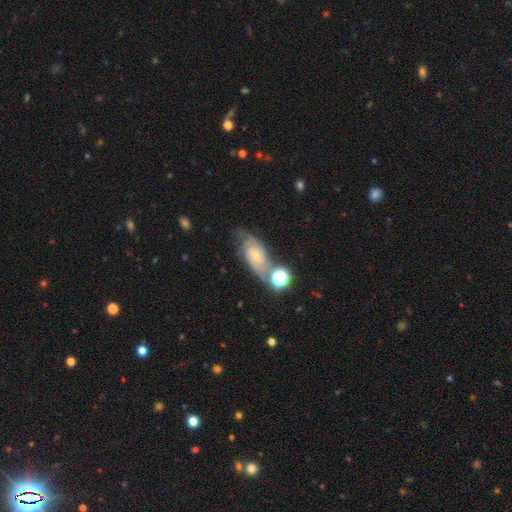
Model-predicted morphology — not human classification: smooth_or_featured: featured or disk (p=0.72) [alt: smooth p=0.18]
disk_edge_on: no (p=0.93) [alt: yes p=0.07]
bar: no (p=0.59) [alt: weak p=0.34]
has_spiral_arms: yes (p=0.92) [alt: no p=0.08]
spiral_winding: tight (p=0.44) [alt: medium p=0.41]
spiral_arm_count: 2 (p=0.62) [alt: can't tell p=0.22]
bulge_size: small (p=0.63) [alt: moderate p=0.29]
merging: none (p=0.56) [alt: minor disturbance p=0.19]